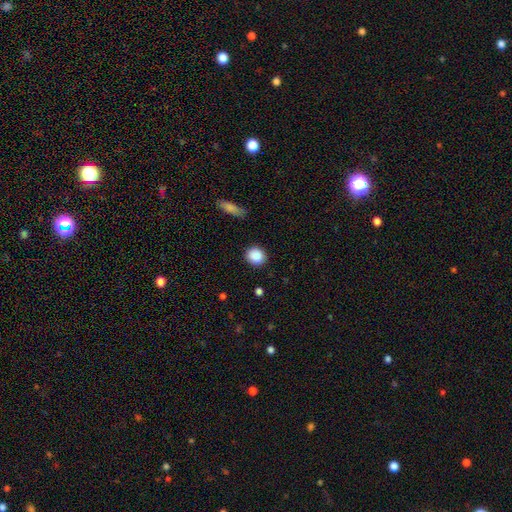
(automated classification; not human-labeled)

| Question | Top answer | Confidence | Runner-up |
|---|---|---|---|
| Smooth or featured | smooth | 89% | star or artifact (8%) |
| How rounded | round | 82% | in between (17%) |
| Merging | none | 89% | minor disturbance (8%) |